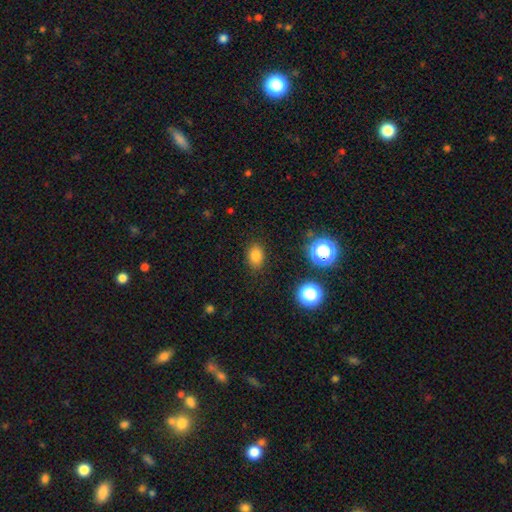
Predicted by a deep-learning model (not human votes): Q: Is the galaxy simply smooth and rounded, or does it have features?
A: smooth — 79%.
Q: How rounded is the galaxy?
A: in between — 70%.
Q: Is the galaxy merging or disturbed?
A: none — 86%.